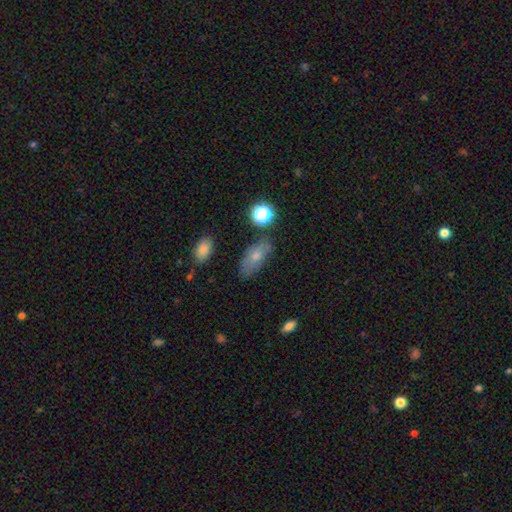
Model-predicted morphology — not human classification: Smooth or featured?
  - smooth: 70% *
  - featured or disk: 19%
  - star or artifact: 11%
How rounded?
  - in between: 85% *
  - cigar-shaped: 8%
  - round: 7%
Merging?
  - none: 69% *
  - minor disturbance: 20%
  - major disturbance: 6%
  - merger: 5%